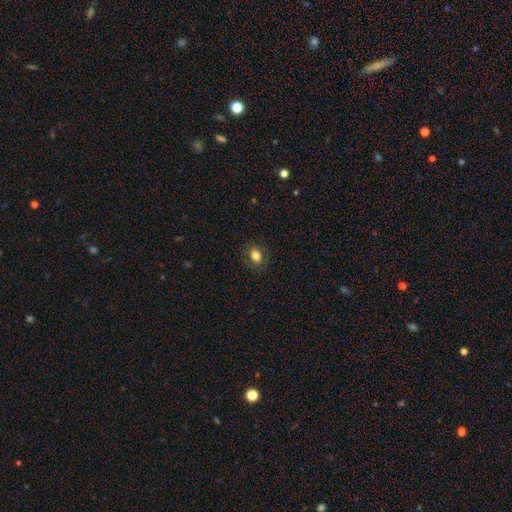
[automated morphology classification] The model was most divided on "how rounded": in between: 62%, round: 37%, cigar-shaped: 1%. More confident: merging — none (85%); smooth or featured — smooth (80%).